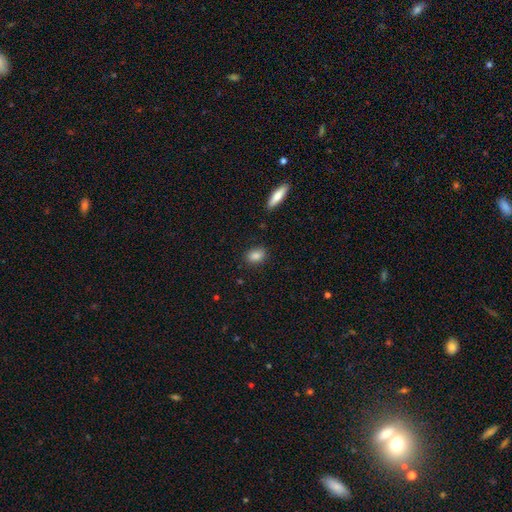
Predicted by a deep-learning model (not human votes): Q: Smooth or featured?
A: smooth (86%); runner-up: star or artifact (8%)
Q: How rounded?
A: in between (78%); runner-up: round (19%)
Q: Merging?
A: none (85%); runner-up: minor disturbance (11%)